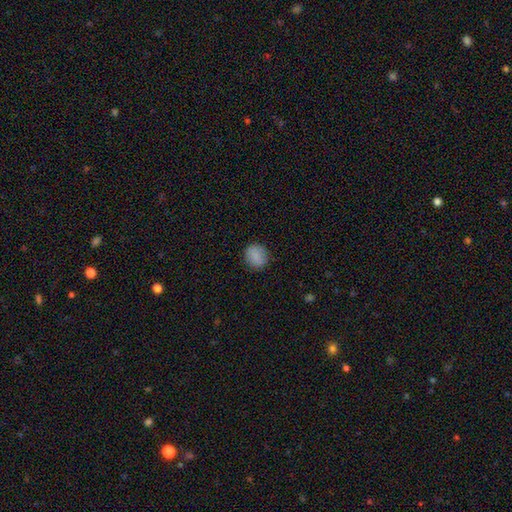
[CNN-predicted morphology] Smooth or featured? smooth (86%)
How rounded? round (81%)
Merging? none (86%)